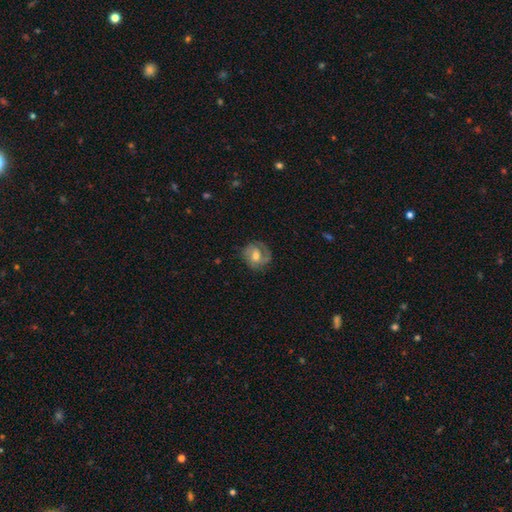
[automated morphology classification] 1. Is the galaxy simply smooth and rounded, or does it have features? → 62% featured or disk, 31% smooth, 7% star or artifact.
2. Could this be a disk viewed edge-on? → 97% no, 3% yes.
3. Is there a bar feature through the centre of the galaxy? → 48% no, 42% weak, 11% strong.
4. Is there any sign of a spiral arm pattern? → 85% yes, 15% no.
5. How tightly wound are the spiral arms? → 44% tight, 41% medium, 16% loose.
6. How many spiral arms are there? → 56% 2, 22% 1, 15% can't tell, 5% 3, 1% 4, 1% more than 4.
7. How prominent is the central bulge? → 68% moderate, 19% small, 9% large, 2% none, 1% dominant.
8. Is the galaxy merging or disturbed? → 70% none, 19% minor disturbance, 10% major disturbance, 1% merger.